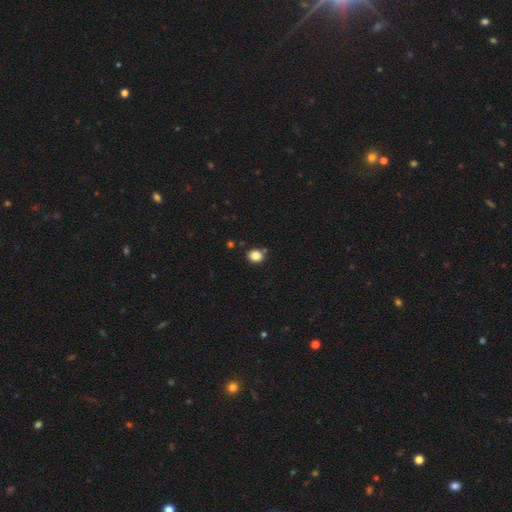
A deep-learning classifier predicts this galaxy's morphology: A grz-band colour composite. It shows a smooth galaxy with no disk features (85%) that is round (70%). Merging: none (83%).